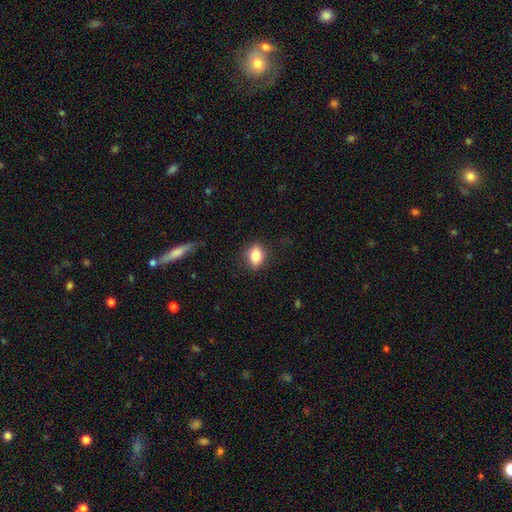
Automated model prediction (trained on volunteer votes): This is clearly a smooth galaxy (81%). How rounded: likely in between (76%). Merging: clearly none (82%).